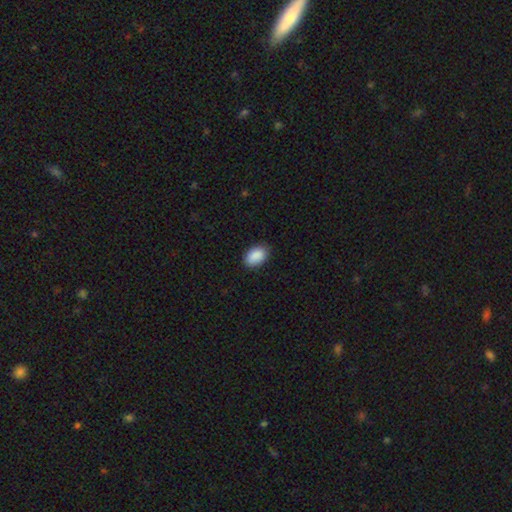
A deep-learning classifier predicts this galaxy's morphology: Q: Smooth or featured?
A: smooth (90%); runner-up: star or artifact (7%)
Q: How rounded?
A: in between (90%); runner-up: round (9%)
Q: Merging?
A: none (85%); runner-up: minor disturbance (12%)